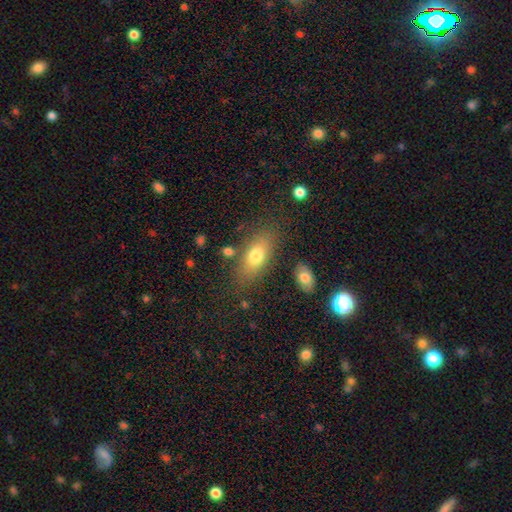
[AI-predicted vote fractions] The model was most divided on "smooth or featured": smooth: 74%, featured or disk: 18%, star or artifact: 9%. More confident: how rounded — in between (81%); merging — none (76%).